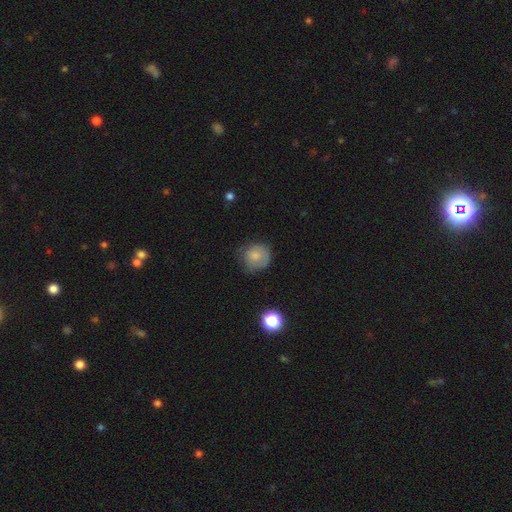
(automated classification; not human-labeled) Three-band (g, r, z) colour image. It shows a smooth galaxy with no disk features (72%) that is round (84%). Merging: none (58%).